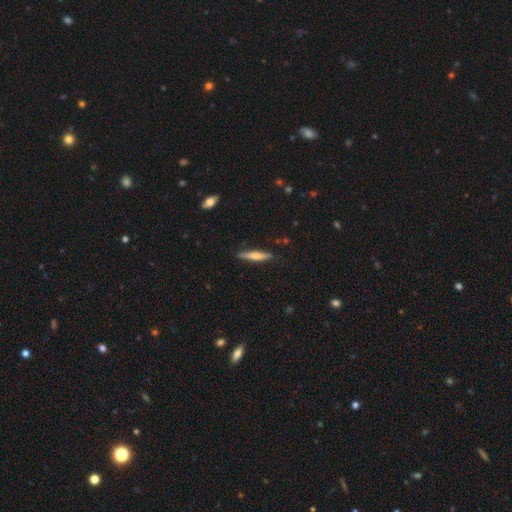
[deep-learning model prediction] A featured or disk galaxy (47%, tied with smooth). Merging: none (87%).